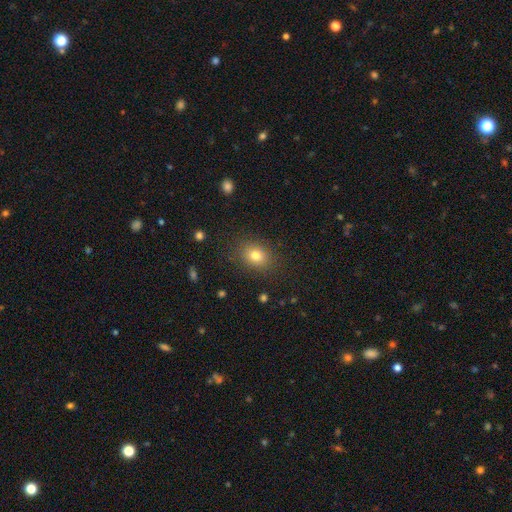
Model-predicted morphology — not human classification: The model was most divided on "how rounded": in between: 54%, round: 45%, cigar-shaped: 1%. More confident: merging — none (85%); smooth or featured — smooth (79%).